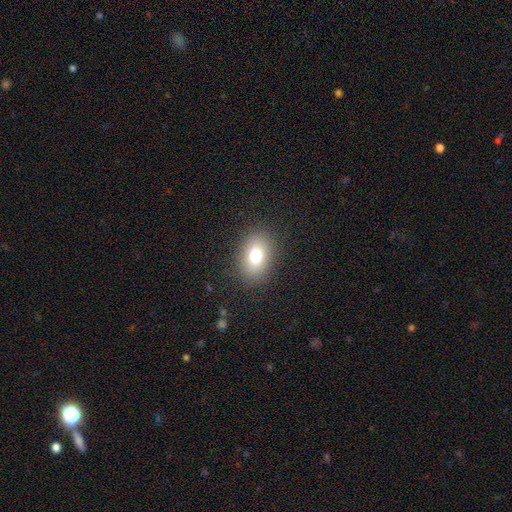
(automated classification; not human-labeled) smooth-or-featured: smooth: 76% | featured or disk: 13% | star or artifact: 11%
  how-rounded: in between: 78% | round: 20% | cigar-shaped: 1%
  merging: none: 86% | minor disturbance: 9% | major disturbance: 4% | merger: 1%